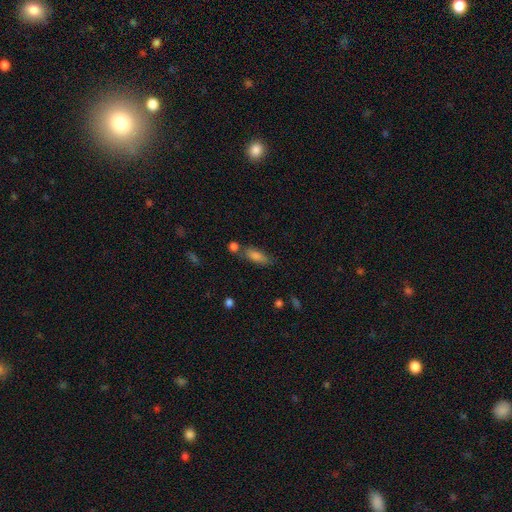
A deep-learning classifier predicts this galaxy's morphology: type=smooth (76%); roundness=in between (66%); merging=none (62%).